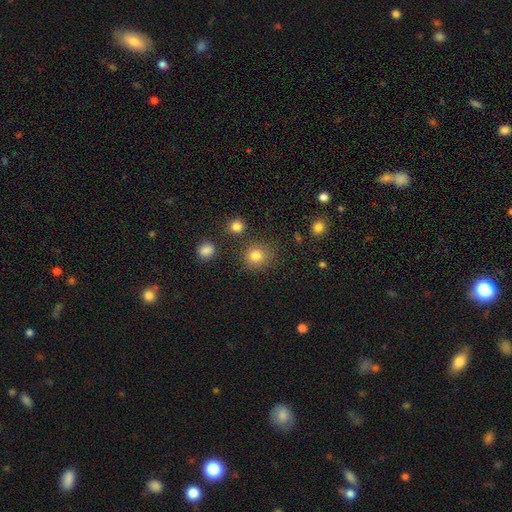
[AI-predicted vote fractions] A smooth galaxy with no disk features (82%) that is round (88%).

Vote fractions:
- Smooth or featured? smooth: 82% / star or artifact: 13% / featured or disk: 6%
- How rounded? round: 88% / in between: 11% / cigar-shaped: 1%
- Merging? none: 82% / minor disturbance: 9% / merger: 5% / major disturbance: 3%